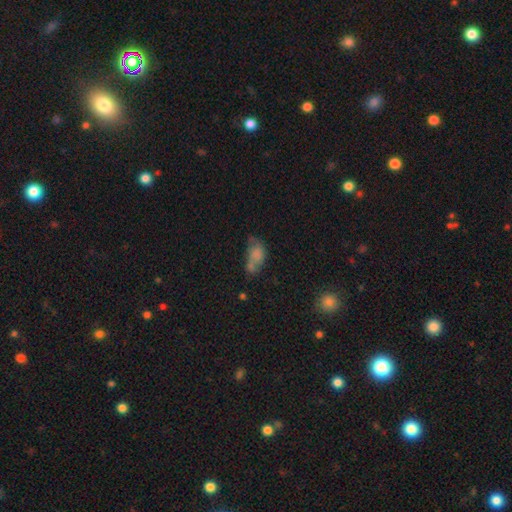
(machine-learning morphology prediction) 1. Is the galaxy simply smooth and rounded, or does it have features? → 65% smooth, 23% featured or disk, 12% star or artifact.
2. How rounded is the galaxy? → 86% in between, 10% round, 4% cigar-shaped.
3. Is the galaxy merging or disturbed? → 29% none, 28% merger, 24% minor disturbance, 19% major disturbance.